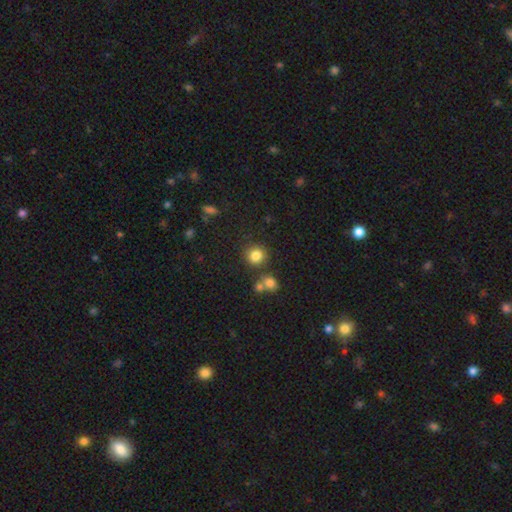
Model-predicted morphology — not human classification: This is clearly a smooth galaxy (82%). How rounded: clearly round (89%). Merging: likely none (78%).